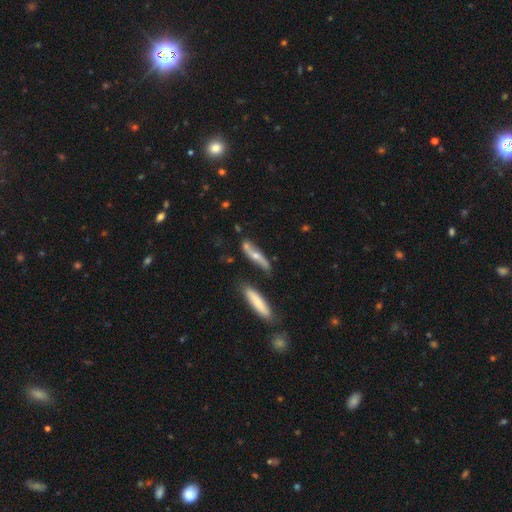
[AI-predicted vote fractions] Q: Smooth or featured?
A: featured or disk (61%); runner-up: smooth (30%)
Q: Edge-on disk?
A: yes (56%); runner-up: no (44%)
Q: Merging?
A: none (67%); runner-up: minor disturbance (18%)